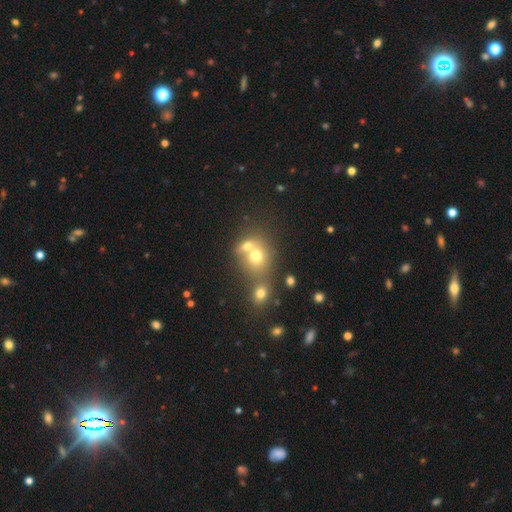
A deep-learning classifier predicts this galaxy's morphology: Smooth or featured? smooth (69%)
How rounded? round (70%)
Merging? merger (56%)